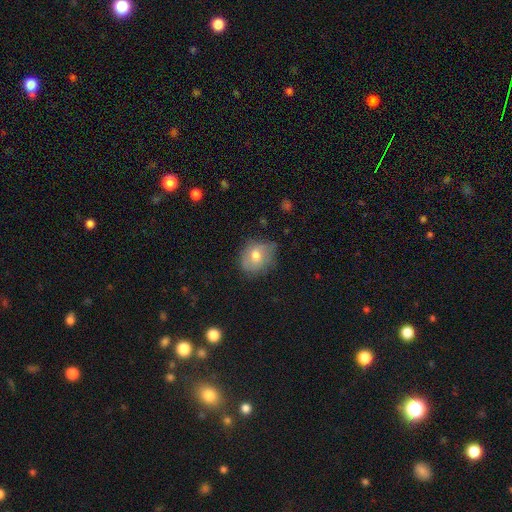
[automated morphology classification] Smooth or featured? Predicted: smooth (p=0.65). How rounded? Predicted: round (p=0.58). Merging? Predicted: none (p=0.59).